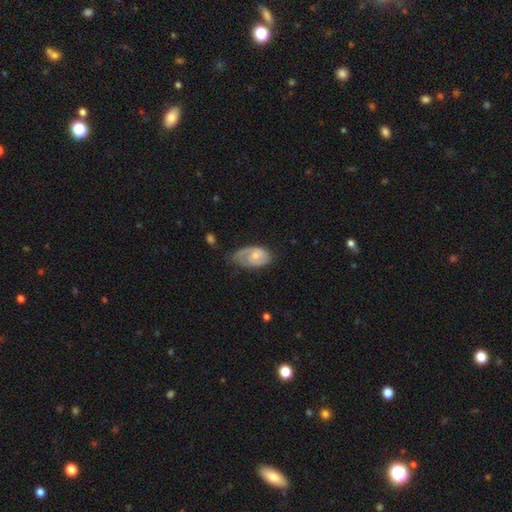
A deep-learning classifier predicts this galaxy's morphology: Q: Smooth or featured?
A: featured or disk (52%); runner-up: smooth (42%)
Q: Edge-on disk?
A: no (95%); runner-up: yes (5%)
Q: Merging?
A: none (42%); runner-up: minor disturbance (38%)